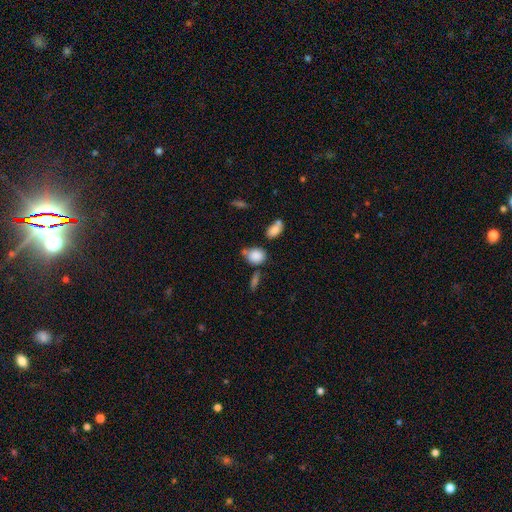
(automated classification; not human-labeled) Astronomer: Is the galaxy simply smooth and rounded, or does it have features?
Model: smooth — 84%.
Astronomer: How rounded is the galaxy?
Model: round — 55% (runner-up: in between, 43%).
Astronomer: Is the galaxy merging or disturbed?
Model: none — 50%.